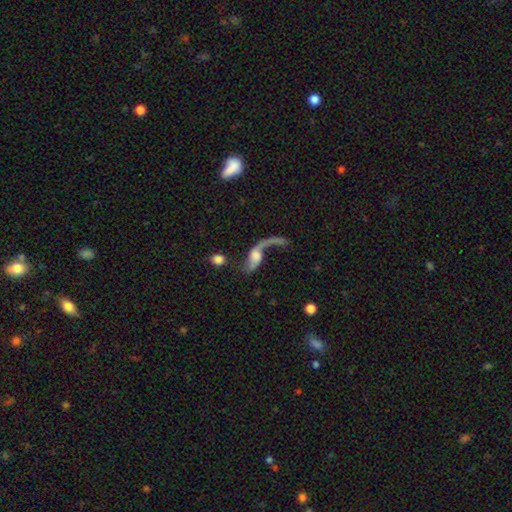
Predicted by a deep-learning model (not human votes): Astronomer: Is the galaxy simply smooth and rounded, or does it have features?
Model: featured or disk — 77%.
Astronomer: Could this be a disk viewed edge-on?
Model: no — 93%.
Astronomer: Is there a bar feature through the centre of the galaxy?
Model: no — 57%.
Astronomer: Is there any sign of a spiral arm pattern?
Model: yes — 88%.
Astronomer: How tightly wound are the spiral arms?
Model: loose — 92%.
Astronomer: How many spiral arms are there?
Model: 2 — 68%.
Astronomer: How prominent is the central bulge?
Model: moderate — 36% (runner-up: small, 26%).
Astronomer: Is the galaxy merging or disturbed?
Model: major disturbance — 34% (runner-up: none, 33%).